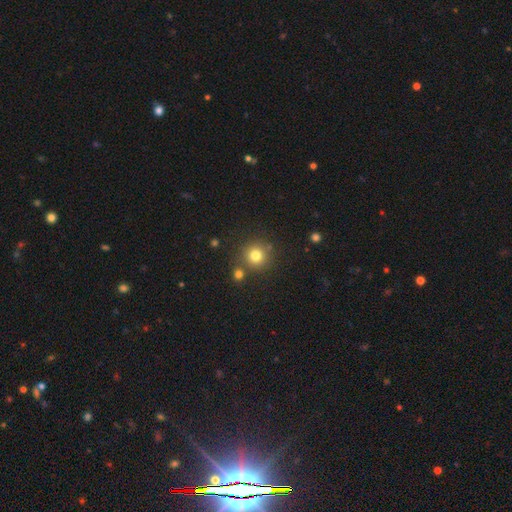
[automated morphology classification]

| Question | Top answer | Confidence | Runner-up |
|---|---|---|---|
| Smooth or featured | smooth | 79% | star or artifact (14%) |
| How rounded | round | 93% | in between (6%) |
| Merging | none | 79% | merger (10%) |